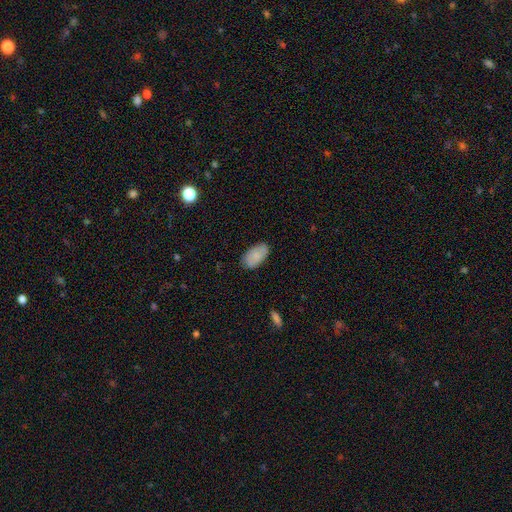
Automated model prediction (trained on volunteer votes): Morphology: type=smooth (83%); roundness=in between (95%); merging=none (82%).